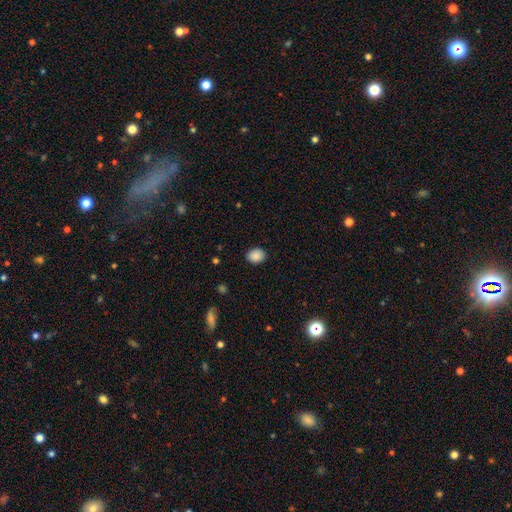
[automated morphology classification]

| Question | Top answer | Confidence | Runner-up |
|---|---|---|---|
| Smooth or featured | smooth | 87% | star or artifact (8%) |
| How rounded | round | 50% | in between (49%) |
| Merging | none | 88% | minor disturbance (9%) |